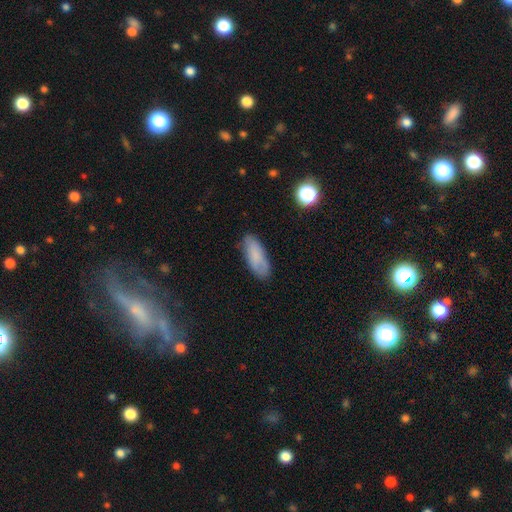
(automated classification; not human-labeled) This appears to be a smooth galaxy with no disk features (77%) that is in between round and cigar-shaped (78%). Merging: none (78%).